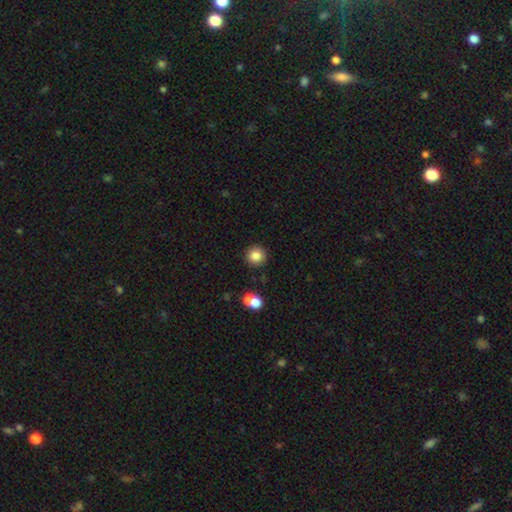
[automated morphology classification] smooth 84%, star or artifact 10%, featured or disk 6%. Down the decision tree: how rounded — round (94%); merging — none (88%).